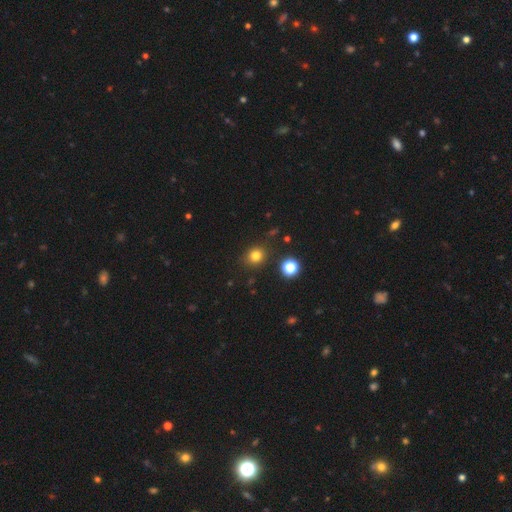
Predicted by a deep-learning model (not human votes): Smooth or featured: smooth — 79% (star or artifact — 15%)
How rounded: round — 78% (in between — 21%)
Merging: none — 85% (minor disturbance — 9%)